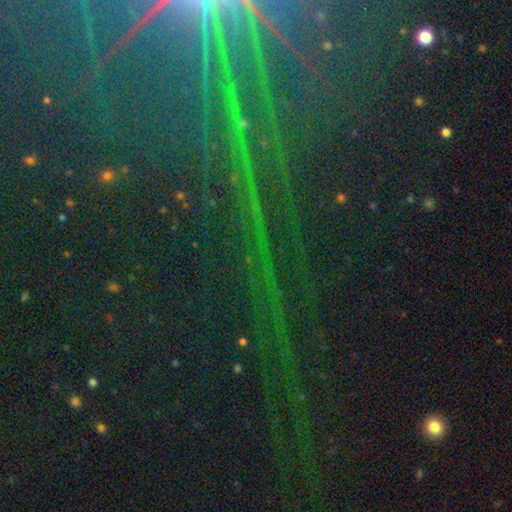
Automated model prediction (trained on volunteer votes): star or artifact 87%, featured or disk 7%, smooth 6%.